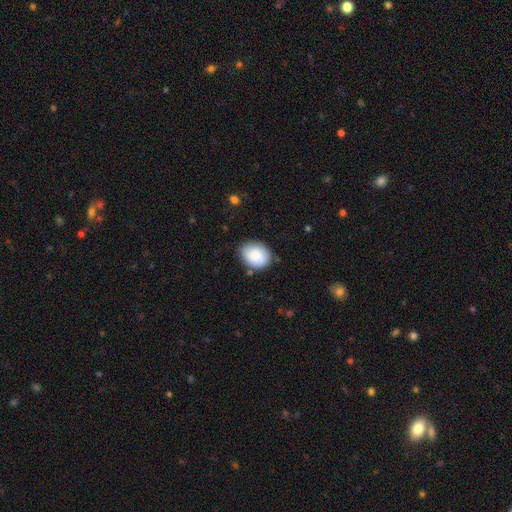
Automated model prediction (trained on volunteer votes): A smooth galaxy with no disk features (83%) that is round (50%). Merging: none (80%).